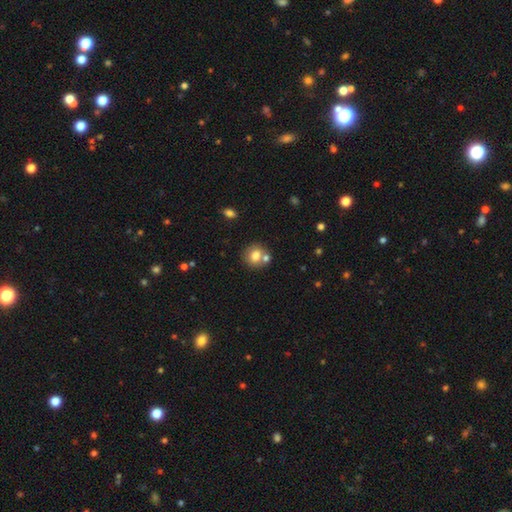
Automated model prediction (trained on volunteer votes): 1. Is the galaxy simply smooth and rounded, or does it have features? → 77% smooth, 13% featured or disk, 10% star or artifact.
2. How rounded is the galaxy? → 80% round, 19% in between, 1% cigar-shaped.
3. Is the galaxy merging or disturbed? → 62% none, 24% merger, 10% minor disturbance, 3% major disturbance.